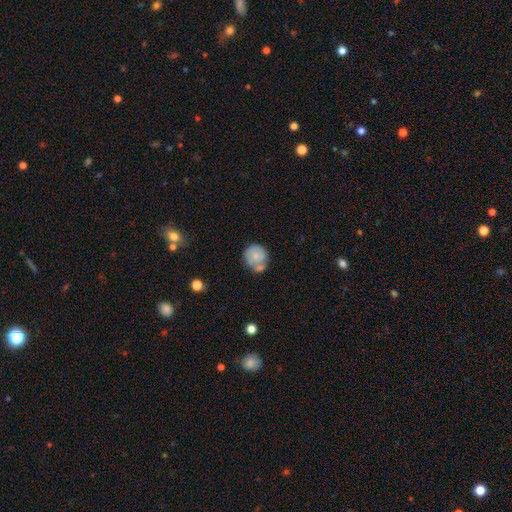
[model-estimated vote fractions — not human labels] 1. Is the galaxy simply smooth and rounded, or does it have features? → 63% smooth, 30% featured or disk, 8% star or artifact.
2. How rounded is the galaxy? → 83% round, 16% in between, 1% cigar-shaped.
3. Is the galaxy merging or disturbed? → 45% none, 24% merger, 22% minor disturbance, 9% major disturbance.